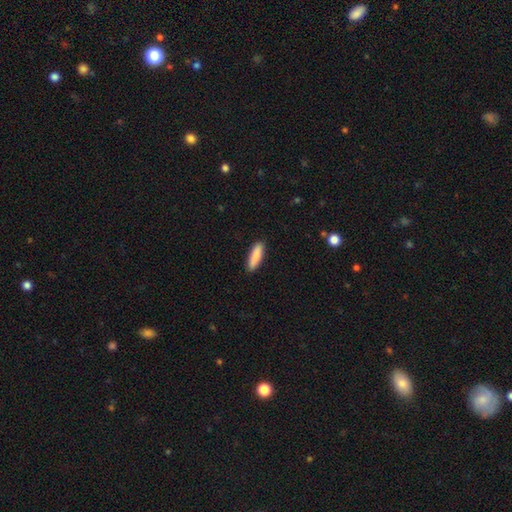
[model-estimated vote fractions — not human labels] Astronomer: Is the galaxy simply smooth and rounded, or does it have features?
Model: smooth — 88%.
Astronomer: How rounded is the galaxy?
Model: cigar-shaped — 61% (runner-up: in between, 37%).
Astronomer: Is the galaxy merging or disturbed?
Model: none — 89%.